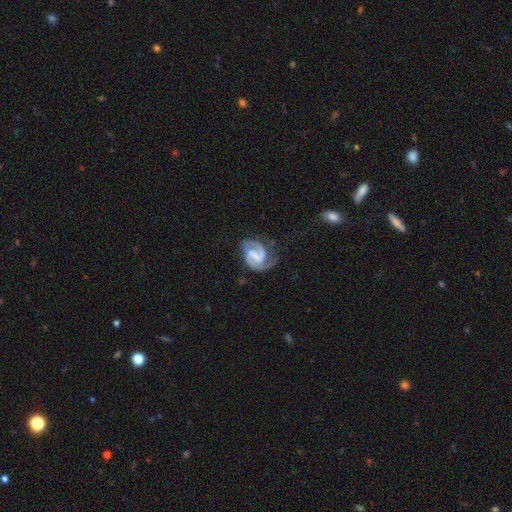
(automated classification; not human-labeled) Smooth or featured? featured or disk (87%)
Edge-on disk? no (98%)
Bar? weak (47%)
Spiral arms? yes (97%)
Spiral winding? medium (50%)
Spiral arm count? 2 (85%)
Bulge size? none (38%)
Merging? none (59%)